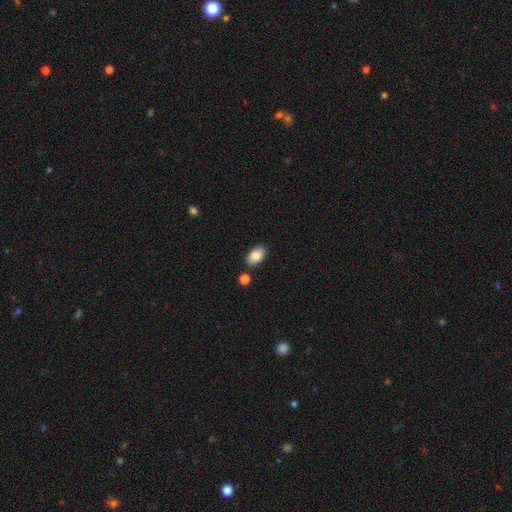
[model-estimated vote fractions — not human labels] Smooth or featured: smooth — 85% (star or artifact — 8%)
How rounded: in between — 90% (round — 9%)
Merging: none — 82% (minor disturbance — 11%)